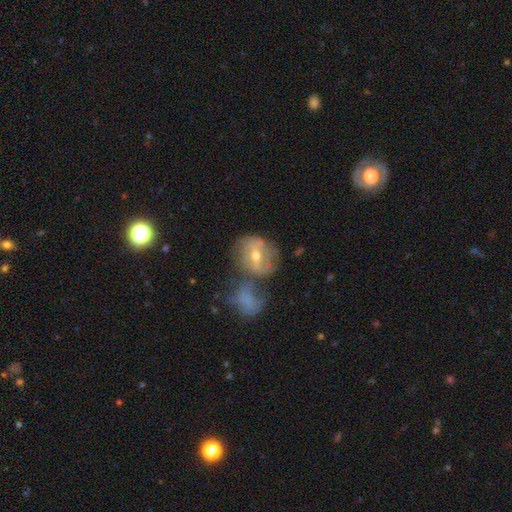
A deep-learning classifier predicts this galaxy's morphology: Smooth or featured? Predicted: featured or disk (p=0.62). Edge-on disk? Predicted: no (p=0.95). Bar? Predicted: weak (p=0.42). Spiral arms? Predicted: yes (p=0.54). Bulge size? Predicted: moderate (p=0.70). Merging? Predicted: none (p=0.39).